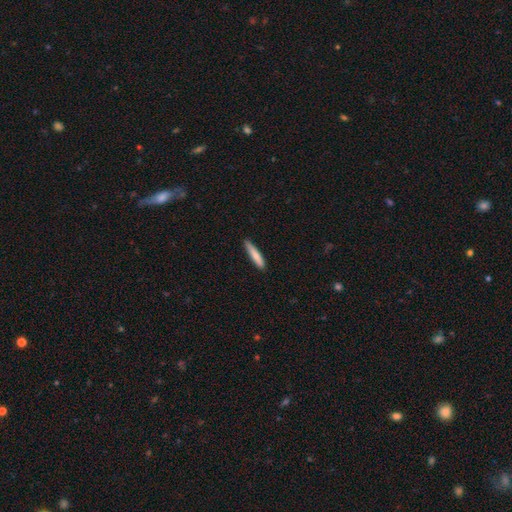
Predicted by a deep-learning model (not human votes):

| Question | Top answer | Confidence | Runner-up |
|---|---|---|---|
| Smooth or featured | smooth | 80% | featured or disk (15%) |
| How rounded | cigar-shaped | 91% | in between (8%) |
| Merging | none | 85% | minor disturbance (12%) |